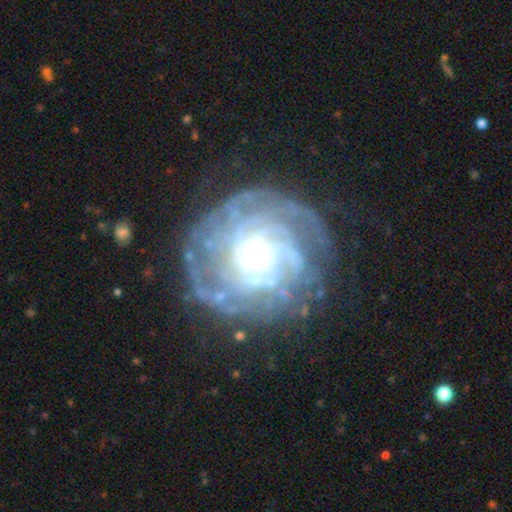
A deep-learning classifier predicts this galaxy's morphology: Smooth or featured? featured or disk (89%)
Edge-on disk? no (97%)
Bar? no (68%)
Spiral arms? yes (95%)
Spiral winding? tight (67%)
Spiral arm count? can't tell (30%)
Bulge size? moderate (63%)
Merging? none (70%)